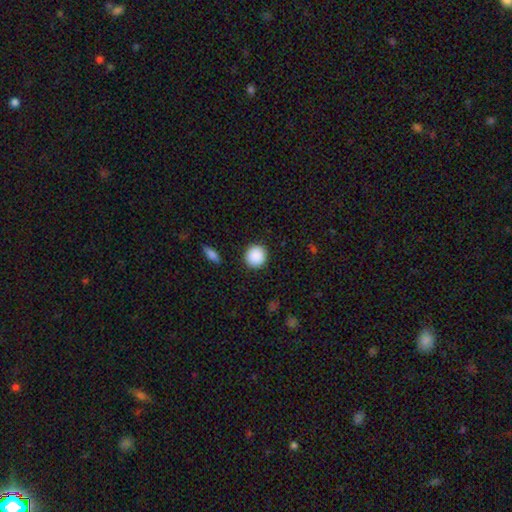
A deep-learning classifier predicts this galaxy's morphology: smooth-or-featured: smooth: 90% | star or artifact: 8% | featured or disk: 3%
  how-rounded: round: 92% | in between: 7% | cigar-shaped: 1%
  merging: none: 91% | minor disturbance: 5% | major disturbance: 2% | merger: 1%